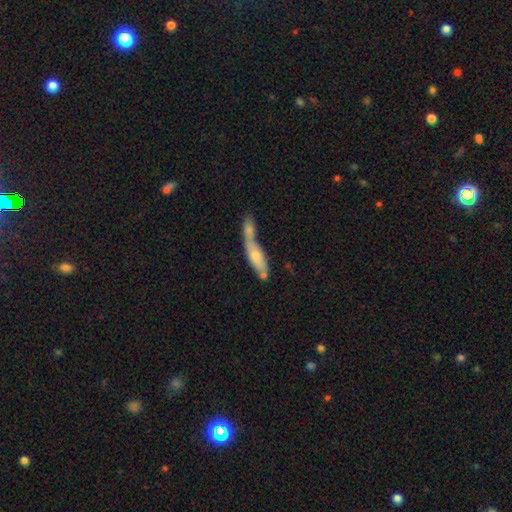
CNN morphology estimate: Smooth or featured? Predicted: smooth (p=0.63). How rounded? Predicted: cigar-shaped (p=0.53). Merging? Predicted: merger (p=0.59).